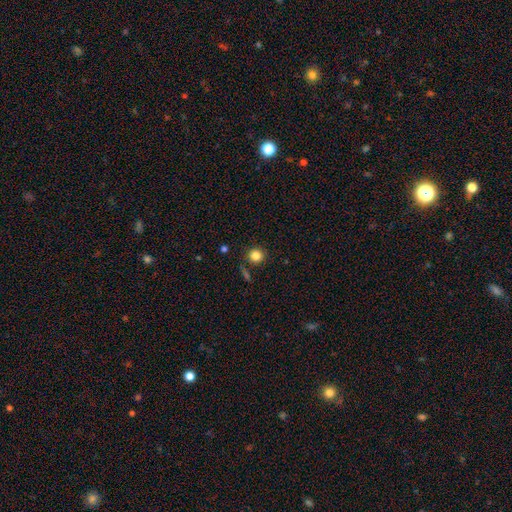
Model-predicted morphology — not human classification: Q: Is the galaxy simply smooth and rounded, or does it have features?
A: smooth — 83%.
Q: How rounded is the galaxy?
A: round — 90%.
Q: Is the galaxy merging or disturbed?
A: none — 85%.